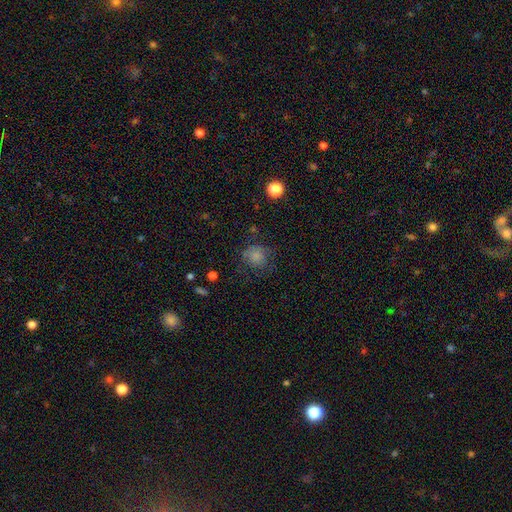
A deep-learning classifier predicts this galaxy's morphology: Smooth or featured? Predicted: smooth (p=0.80). How rounded? Predicted: round (p=0.86). Merging? Predicted: none (p=0.68).